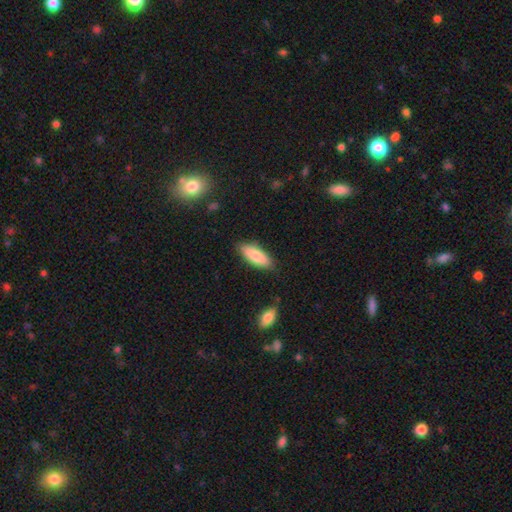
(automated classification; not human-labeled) This is clearly a smooth galaxy (83%). How rounded: likely in between (67%). Merging: clearly none (83%).